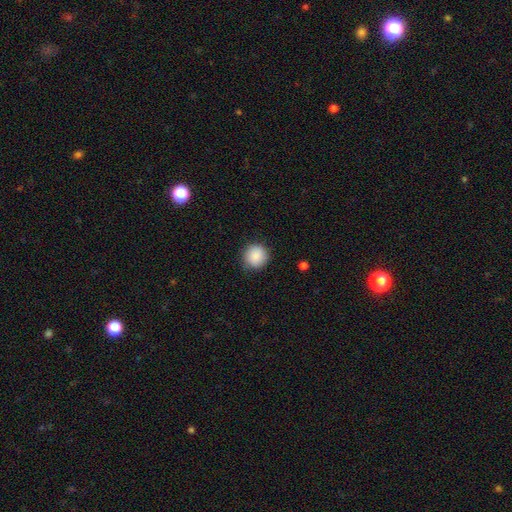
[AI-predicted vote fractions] This appears to be a smooth galaxy with no disk features (89%) that is round (93%). Merging: none (86%).